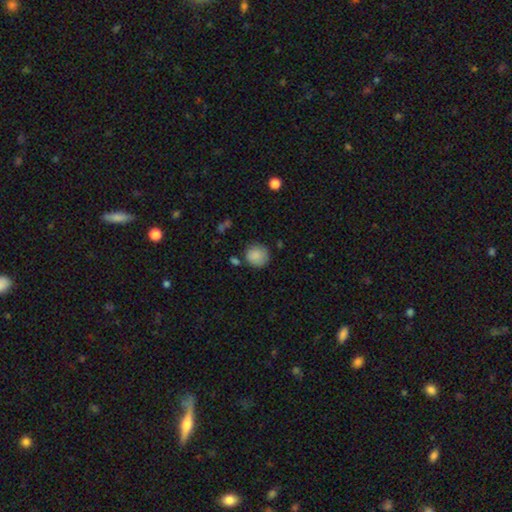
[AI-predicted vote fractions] This is clearly a smooth galaxy (87%). How rounded: clearly round (91%). Merging: likely none (78%).